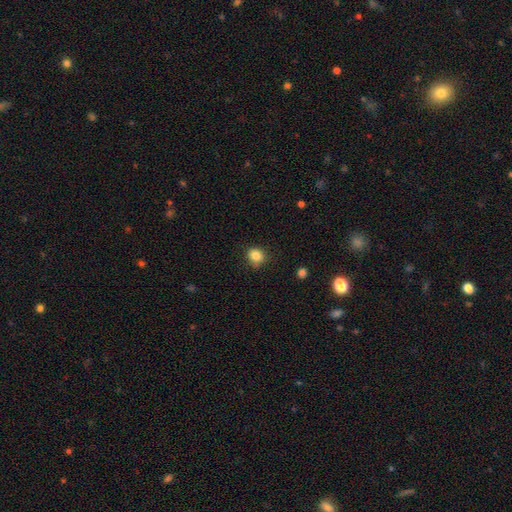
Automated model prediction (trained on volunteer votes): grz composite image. It shows a smooth galaxy with no disk features (85%) that is round (72%). Merging: none (80%).